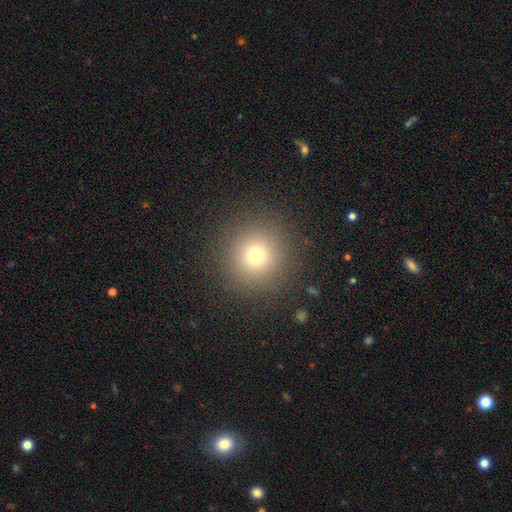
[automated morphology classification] Smooth or featured? smooth (74%)
How rounded? round (95%)
Merging? none (90%)